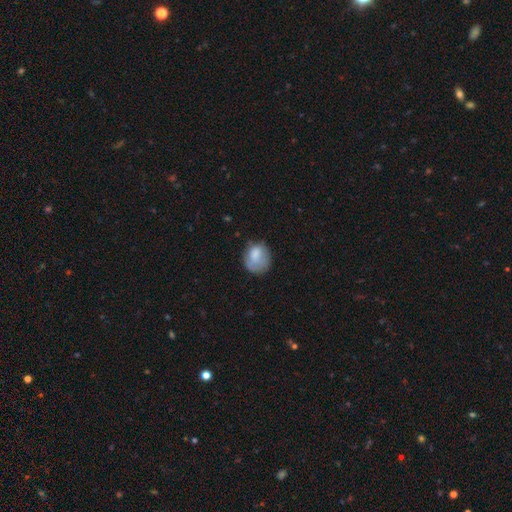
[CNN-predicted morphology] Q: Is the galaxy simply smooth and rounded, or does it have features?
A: smooth — 75%.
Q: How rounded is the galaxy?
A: round — 62%.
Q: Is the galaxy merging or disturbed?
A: none — 54%.